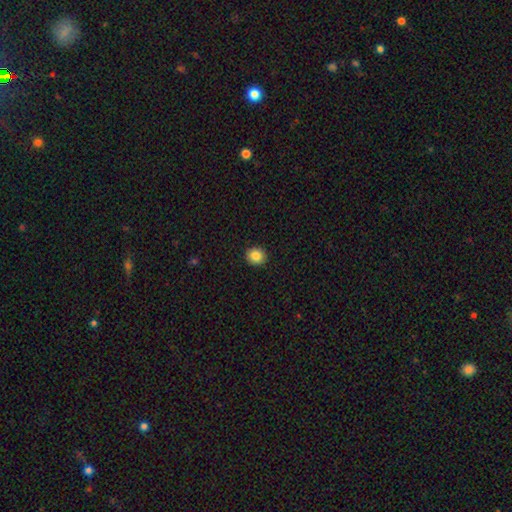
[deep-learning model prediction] This is clearly a smooth galaxy (85%). How rounded: clearly round (89%). Merging: clearly none (93%).